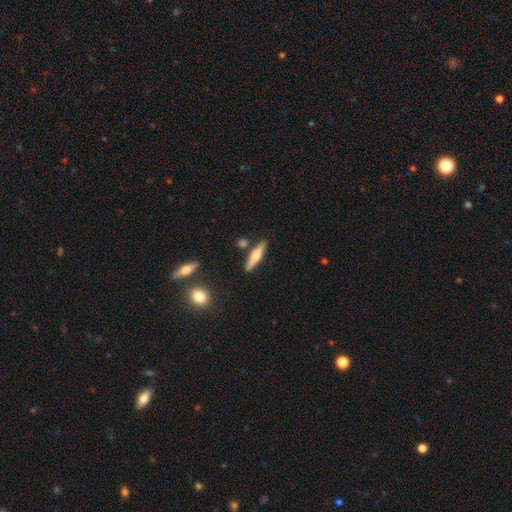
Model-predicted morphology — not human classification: Q: Smooth or featured?
A: smooth (56%); runner-up: featured or disk (37%)
Q: How rounded?
A: cigar-shaped (83%); runner-up: in between (15%)
Q: Merging?
A: none (82%); runner-up: minor disturbance (10%)